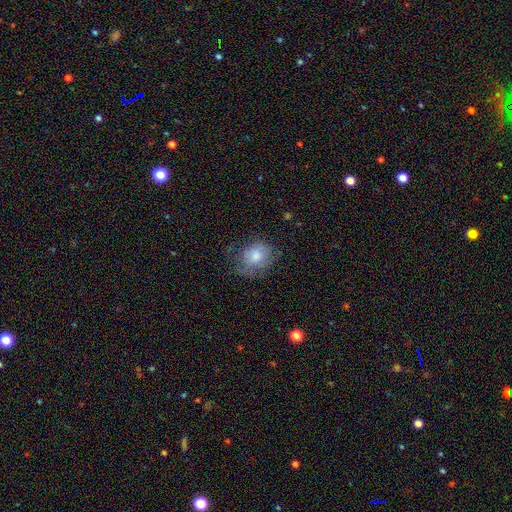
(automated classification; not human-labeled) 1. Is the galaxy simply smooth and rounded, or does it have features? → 65% smooth, 26% featured or disk, 9% star or artifact.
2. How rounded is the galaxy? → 59% round, 40% in between, 1% cigar-shaped.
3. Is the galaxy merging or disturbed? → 60% none, 26% minor disturbance, 13% major disturbance, 1% merger.